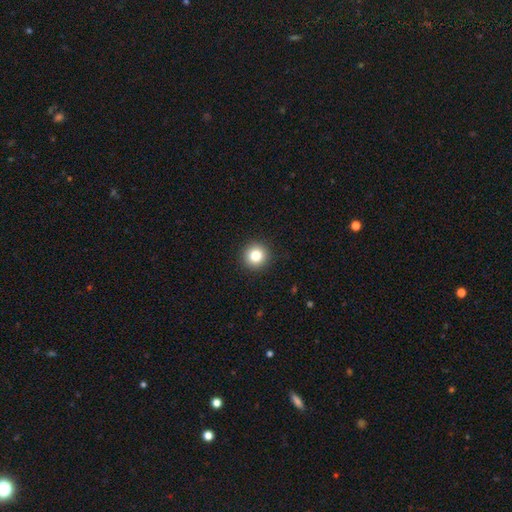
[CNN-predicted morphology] A smooth galaxy with no disk features (82%) that is round (95%).

Vote fractions:
- Smooth or featured? smooth: 82% / star or artifact: 11% / featured or disk: 6%
- How rounded? round: 95% / in between: 4% / cigar-shaped: 1%
- Merging? none: 93% / minor disturbance: 5% / major disturbance: 2% / merger: 1%